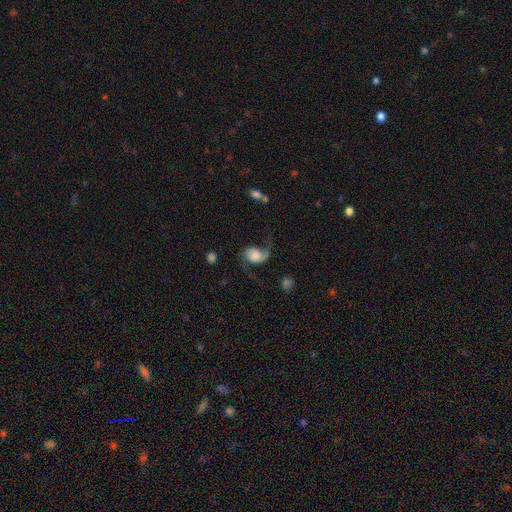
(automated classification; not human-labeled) This appears to be a featured or disk galaxy (75%) with no bar (69%), 2 (84%) loose (78%) spiral arms (95%) and a large central bulge (34%). Merging: none (56%).